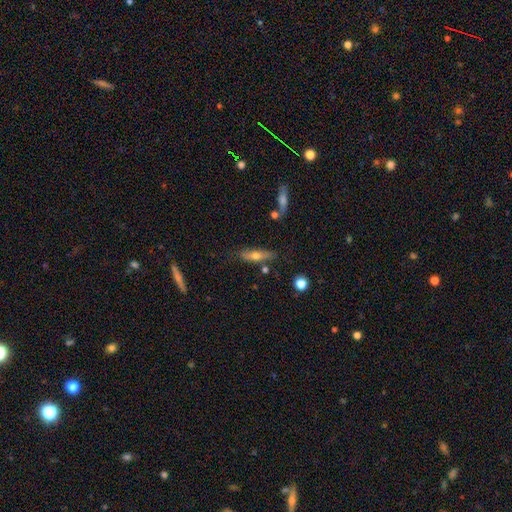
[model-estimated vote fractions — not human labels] A smooth galaxy with no disk features (57%) that is cigar-shaped (61%).

Vote fractions:
- Smooth or featured? smooth: 57% / featured or disk: 36% / star or artifact: 8%
- How rounded? cigar-shaped: 61% / in between: 36% / round: 3%
- Merging? none: 72% / minor disturbance: 17% / merger: 8% / major disturbance: 4%